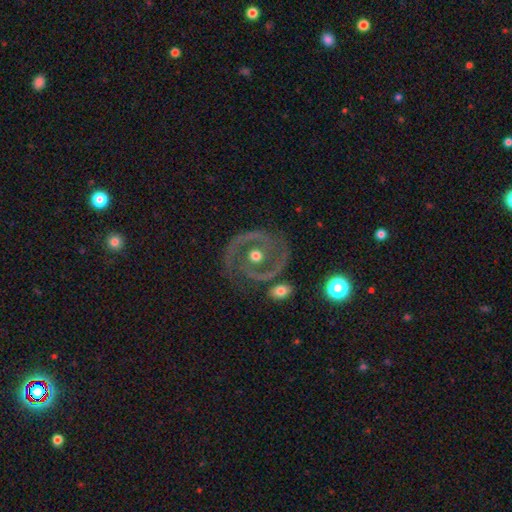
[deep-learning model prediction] A featured or disk galaxy (82%) with no bar (69%), 2 (81%) tight (44%) spiral arms (74%) and a moderate central bulge (76%).

Vote fractions:
- Smooth or featured? featured or disk: 82% / smooth: 13% / star or artifact: 5%
- Edge-on disk? no: 97% / yes: 3%
- Bar? no: 69% / weak: 21% / strong: 9%
- Spiral arms? yes: 74% / no: 26%
- Spiral winding? tight: 44% / medium: 41% / loose: 15%
- Spiral arm count? 2: 81% / can't tell: 8% / 1: 5% / 3: 3% / 4: 2% / more than 4: 2%
- Bulge size? moderate: 76% / small: 11% / large: 10% / dominant: 1% / none: 1%
- Merging? none: 72% / minor disturbance: 15% / major disturbance: 9% / merger: 5%